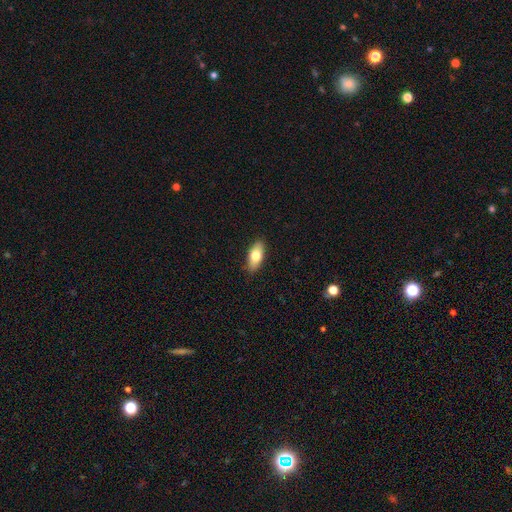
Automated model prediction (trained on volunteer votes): smooth_or_featured: smooth (p=0.72) [alt: featured or disk p=0.22]
how_rounded: in between (p=0.83) [alt: cigar-shaped p=0.13]
merging: none (p=0.88) [alt: minor disturbance p=0.09]